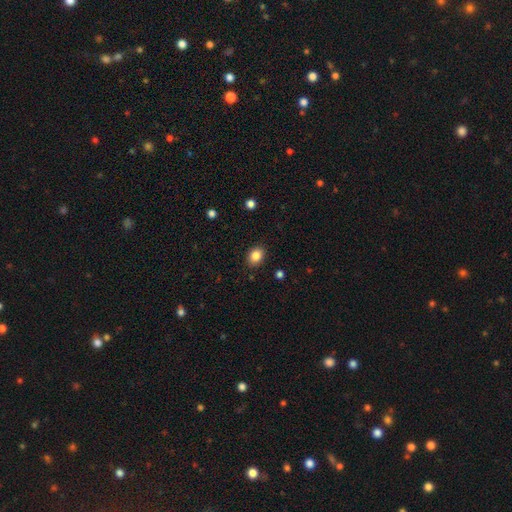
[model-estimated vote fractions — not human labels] Smooth or featured? smooth (86%)
How rounded? in between (60%)
Merging? none (88%)